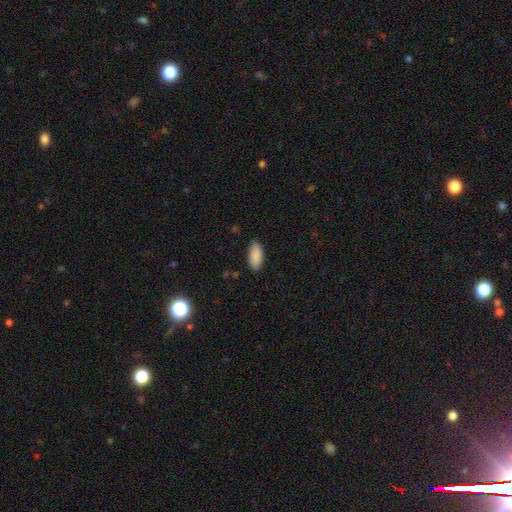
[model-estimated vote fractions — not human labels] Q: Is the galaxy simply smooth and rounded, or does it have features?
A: smooth — 89%.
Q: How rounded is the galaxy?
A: in between — 89%.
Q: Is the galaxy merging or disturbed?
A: none — 88%.